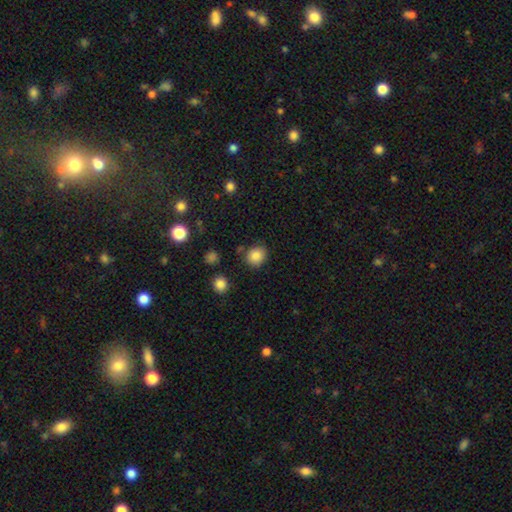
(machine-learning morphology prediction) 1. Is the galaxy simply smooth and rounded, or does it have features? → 85% smooth, 10% star or artifact, 5% featured or disk.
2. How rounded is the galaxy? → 79% round, 21% in between, 1% cigar-shaped.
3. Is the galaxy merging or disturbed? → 81% none, 12% minor disturbance, 4% merger, 3% major disturbance.